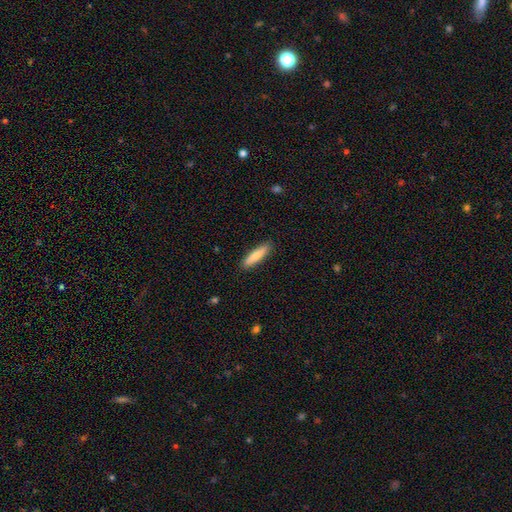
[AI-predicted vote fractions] Morphology: type=smooth (72%); roundness=cigar-shaped (74%); merging=none (89%).